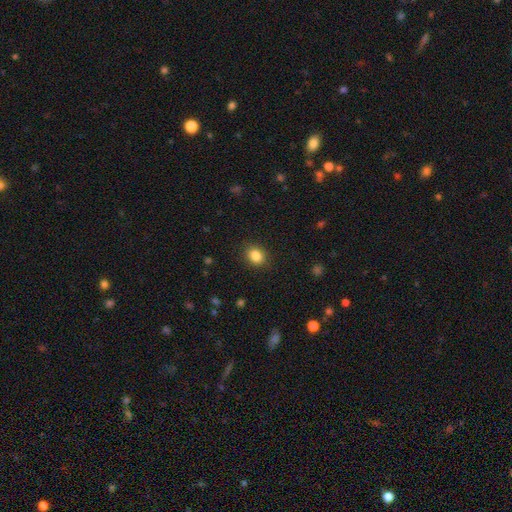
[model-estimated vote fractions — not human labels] Smooth or featured: smooth — 85% (star or artifact — 10%)
How rounded: round — 53% (in between — 46%)
Merging: none — 88% (minor disturbance — 8%)